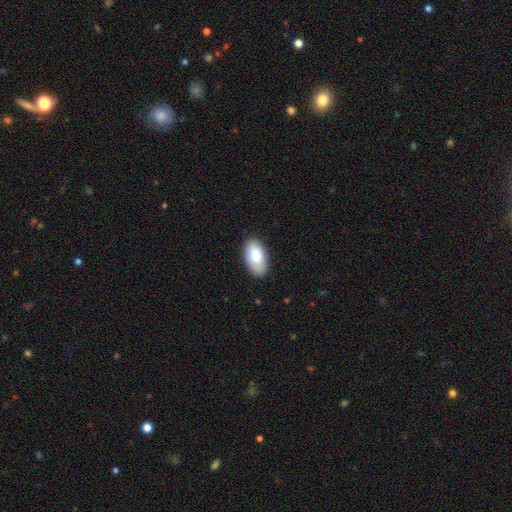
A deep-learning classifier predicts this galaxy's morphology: smooth_or_featured: smooth (p=0.83) [alt: featured or disk p=0.10]
how_rounded: in between (p=0.95) [alt: cigar-shaped p=0.03]
merging: none (p=0.84) [alt: minor disturbance p=0.13]